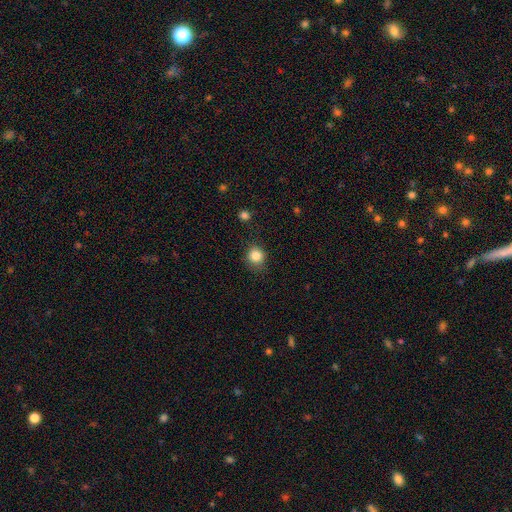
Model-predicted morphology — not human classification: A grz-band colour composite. It shows a smooth galaxy with no disk features (83%) that is round (83%). Merging: none (79%).